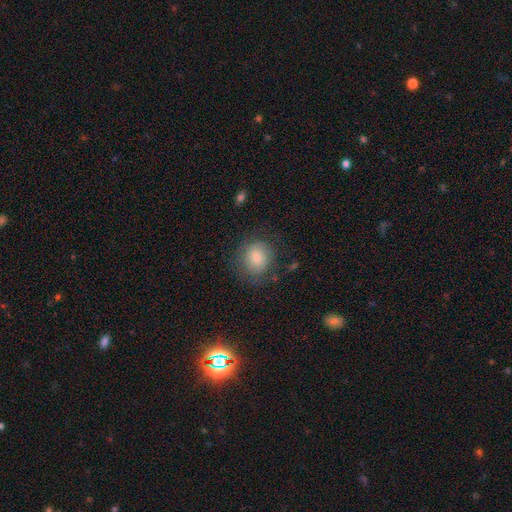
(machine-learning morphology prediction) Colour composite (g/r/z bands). It shows a smooth galaxy with no disk features (69%) that is round (82%). Merging: none (78%).